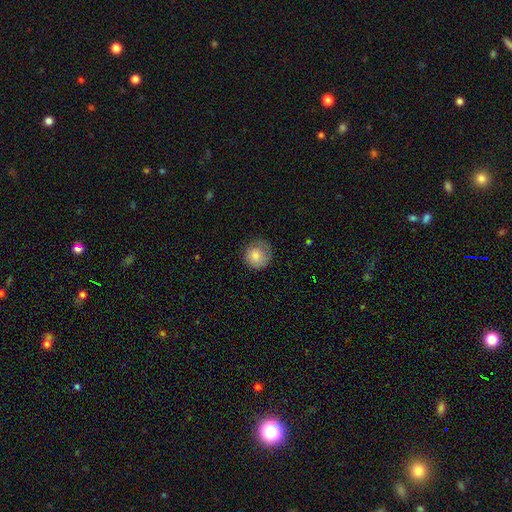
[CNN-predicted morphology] smooth_or_featured: smooth (p=0.80) [alt: featured or disk p=0.12]
how_rounded: round (p=0.91) [alt: in between p=0.08]
merging: none (p=0.72) [alt: minor disturbance p=0.21]